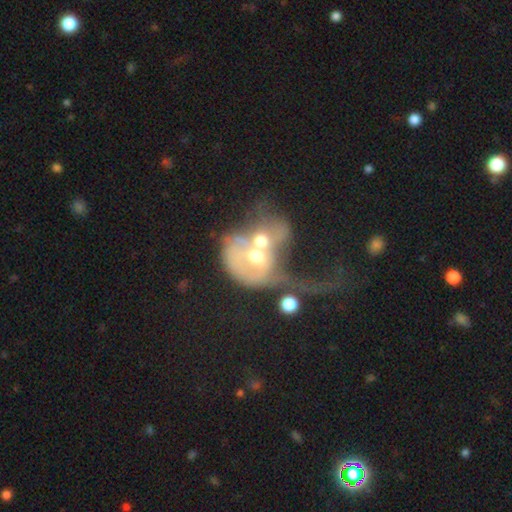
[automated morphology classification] featured or disk 56%, smooth 33%, star or artifact 11%. Down the decision tree: edge-on disk — no (96%); bar — no (82%); spiral arms — no (67%); bulge size — moderate (64%); merging — merger (72%).